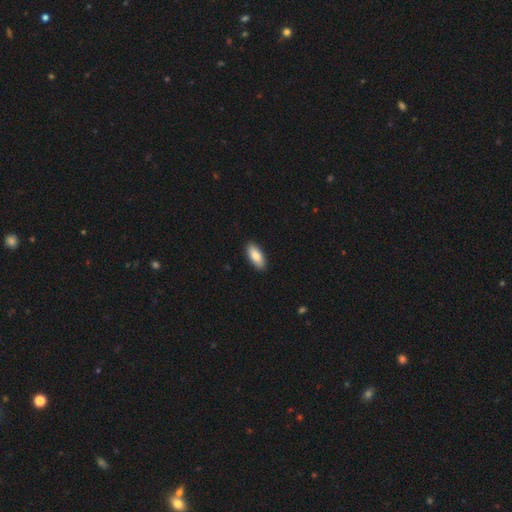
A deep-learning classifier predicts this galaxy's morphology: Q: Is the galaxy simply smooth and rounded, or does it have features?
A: smooth — 87%.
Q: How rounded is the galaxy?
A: in between — 83%.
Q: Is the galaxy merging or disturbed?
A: none — 90%.